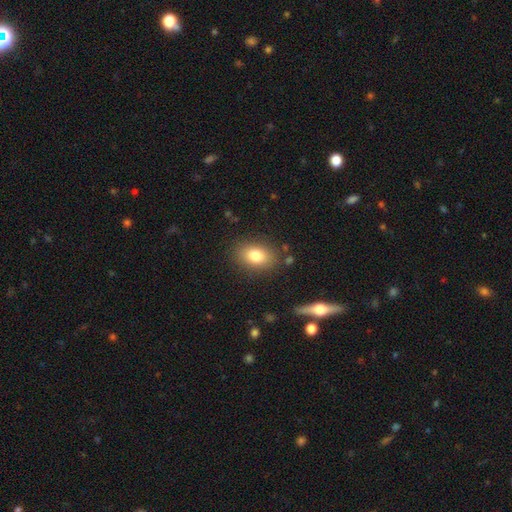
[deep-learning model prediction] A smooth galaxy with no disk features (79%) that is in between round and cigar-shaped (77%).

Vote fractions:
- Smooth or featured? smooth: 79% / featured or disk: 11% / star or artifact: 9%
- How rounded? in between: 77% / round: 22% / cigar-shaped: 2%
- Merging? none: 84% / minor disturbance: 10% / major disturbance: 3% / merger: 2%